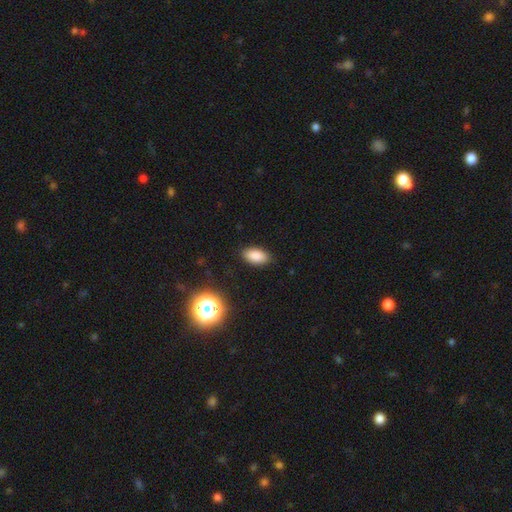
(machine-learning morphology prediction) A smooth galaxy with no disk features (85%) that is in between round and cigar-shaped (92%). Merging: none (87%).